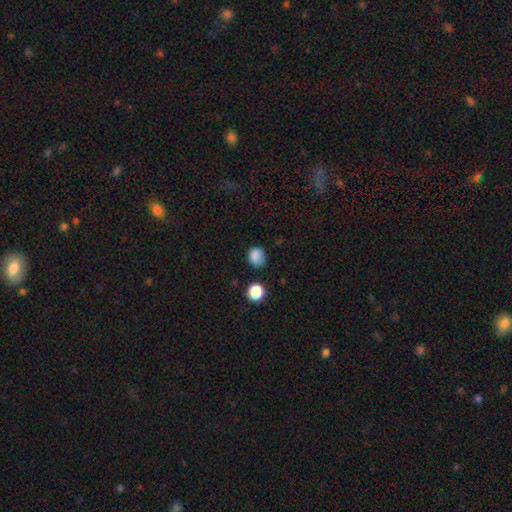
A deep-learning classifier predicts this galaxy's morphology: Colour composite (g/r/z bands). It shows a smooth galaxy with no disk features (83%) that is round (70%). Merging: none (68%).